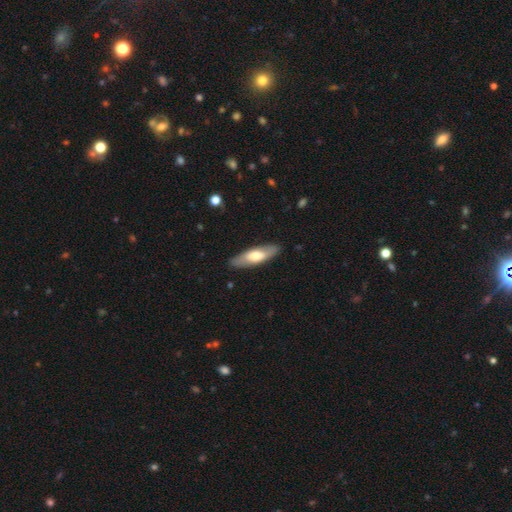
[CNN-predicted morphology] This is possibly a smooth galaxy (57%). How rounded: possibly in between (53%). Merging: clearly none (86%).